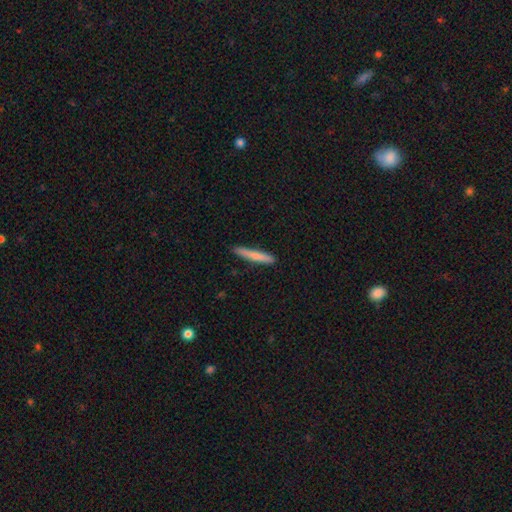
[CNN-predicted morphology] Smooth or featured? smooth (75%)
How rounded? cigar-shaped (95%)
Merging? none (87%)